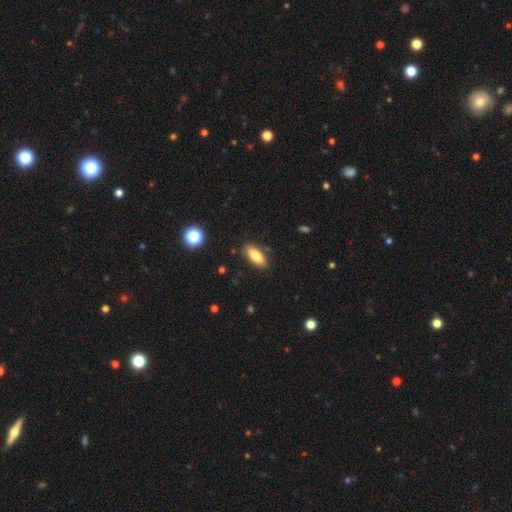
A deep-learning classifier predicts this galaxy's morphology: type=smooth (82%); roundness=in between (79%); merging=none (85%).